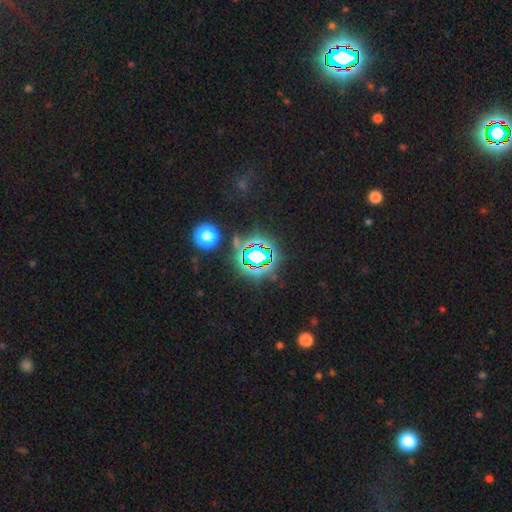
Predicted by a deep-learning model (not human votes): Q: Smooth or featured?
A: star or artifact (74%); runner-up: smooth (15%)